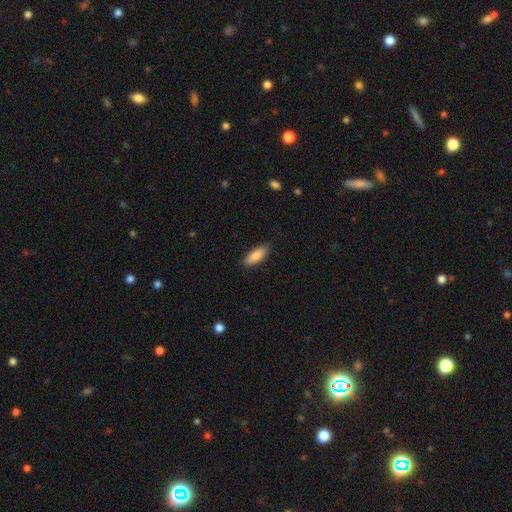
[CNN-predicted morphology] Overall: smooth (84%). How rounded: in between (66%; cigar-shaped 33%). Merging: none (87%).